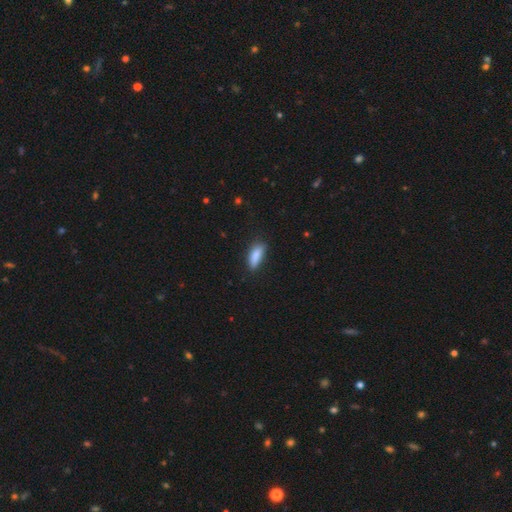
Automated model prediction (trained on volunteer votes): smooth 85%, featured or disk 8%, star or artifact 7%. Down the decision tree: how rounded — in between (61%); merging — none (73%).